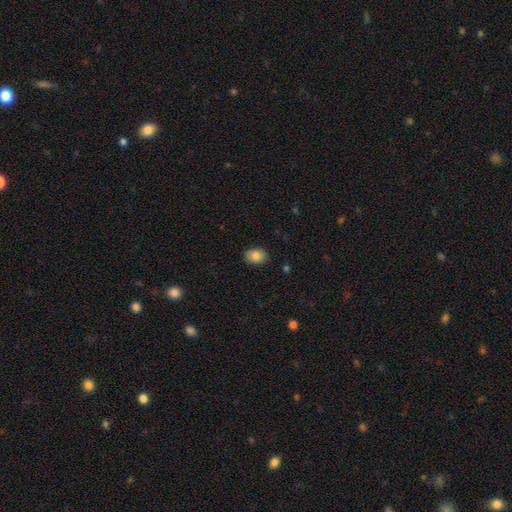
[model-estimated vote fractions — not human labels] Smooth or featured: smooth — 84% (star or artifact — 8%)
How rounded: in between — 65% (round — 34%)
Merging: none — 87% (minor disturbance — 9%)